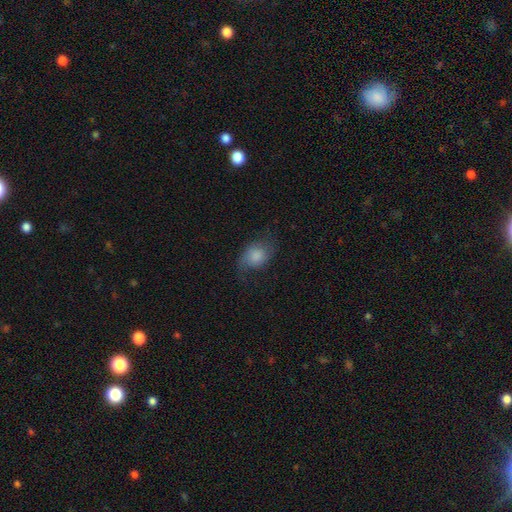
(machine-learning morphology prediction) Smooth or featured?
  - smooth: 65% *
  - featured or disk: 26%
  - star or artifact: 9%
How rounded?
  - in between: 62% *
  - round: 37%
  - cigar-shaped: 1%
Merging?
  - none: 53% *
  - minor disturbance: 27%
  - major disturbance: 18%
  - merger: 2%